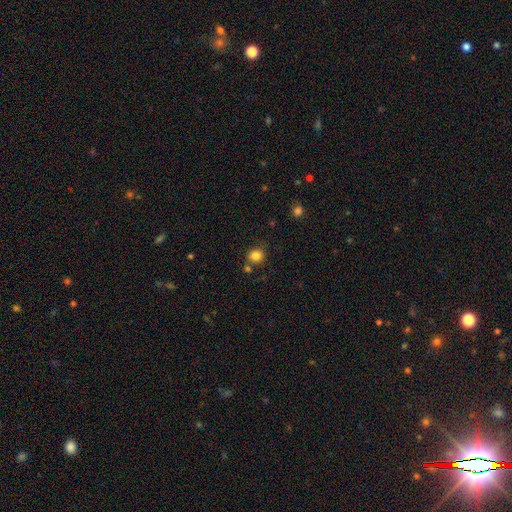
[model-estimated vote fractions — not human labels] smooth 83%, star or artifact 11%, featured or disk 5%. Down the decision tree: how rounded — round (84%); merging — none (75%).